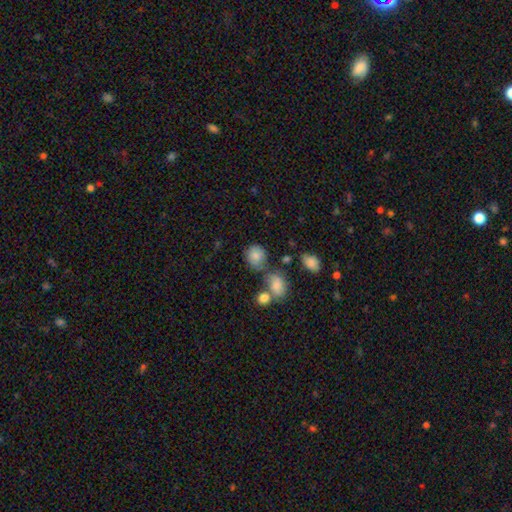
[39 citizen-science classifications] Smooth or featured? 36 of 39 (92%) said smooth. How rounded? 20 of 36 (56%) said round. Merging? 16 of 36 (44%) said none.